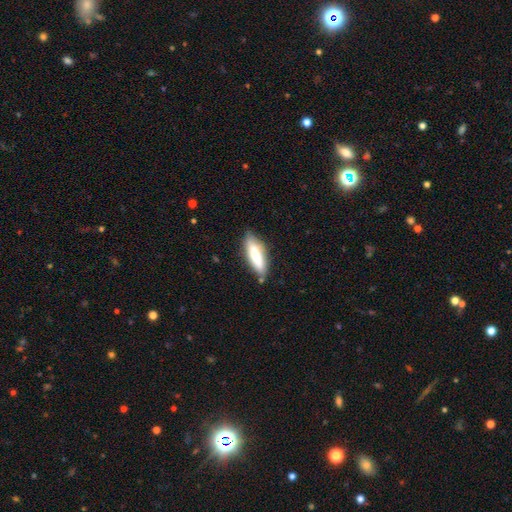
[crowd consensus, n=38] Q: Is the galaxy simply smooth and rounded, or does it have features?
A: smooth — 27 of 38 (71%).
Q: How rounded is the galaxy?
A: cigar-shaped — 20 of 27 (74%).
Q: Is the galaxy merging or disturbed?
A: none — 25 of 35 (71%).